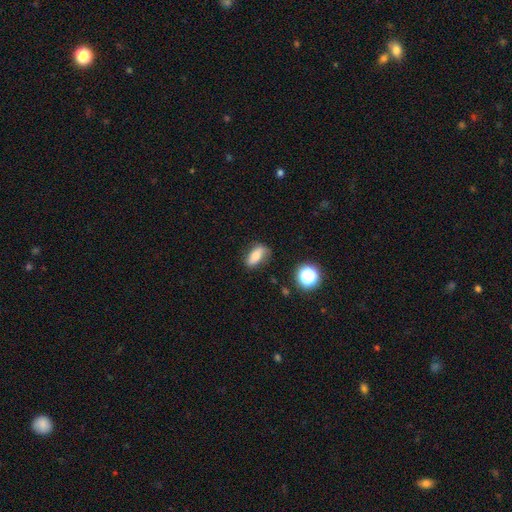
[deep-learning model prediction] Smooth or featured? smooth (67%)
How rounded? in between (80%)
Merging? none (74%)